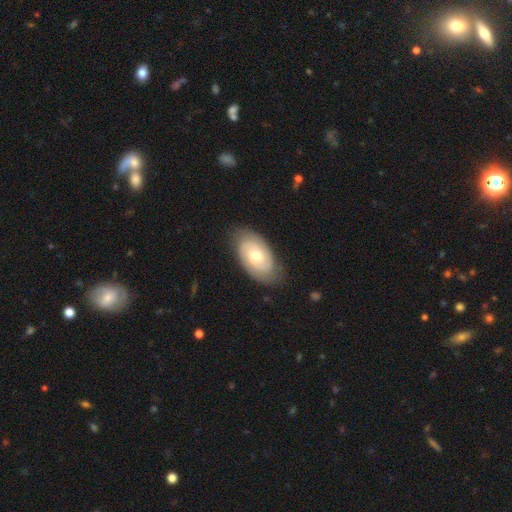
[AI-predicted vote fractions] Smooth or featured? Predicted: featured or disk (p=0.68). Edge-on disk? Predicted: no (p=0.95). Bar? Predicted: no (p=0.69). Spiral arms? Predicted: yes (p=0.89). Spiral winding? Predicted: tight (p=0.64). Spiral arm count? Predicted: 2 (p=0.64). Bulge size? Predicted: moderate (p=0.51). Merging? Predicted: none (p=0.78).